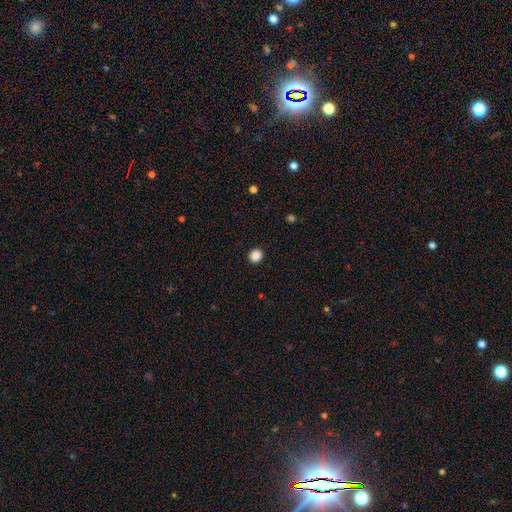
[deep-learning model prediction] Smooth or featured? smooth (88%)
How rounded? round (80%)
Merging? none (92%)